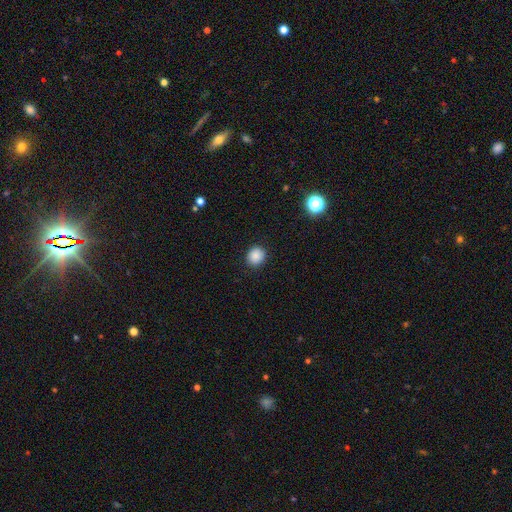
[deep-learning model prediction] smooth 87%, star or artifact 10%, featured or disk 3%. Down the decision tree: how rounded — round (78%); merging — none (90%).